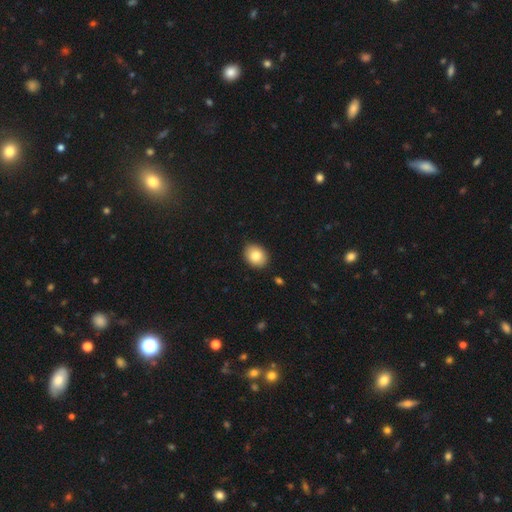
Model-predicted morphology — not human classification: smooth 83%, featured or disk 9%, star or artifact 8%. Down the decision tree: how rounded — in between (56%); merging — none (89%).